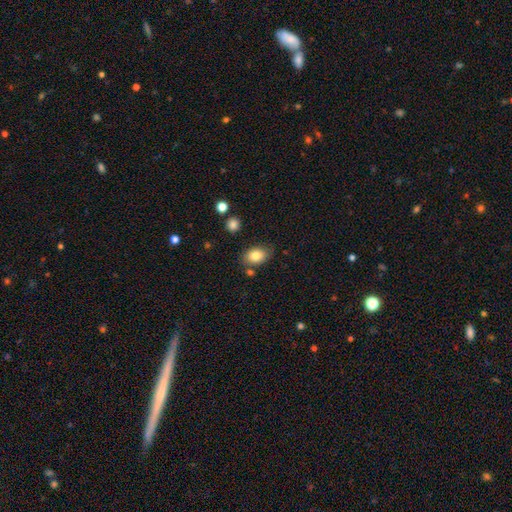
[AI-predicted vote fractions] Overall: smooth (82%). How rounded: in between (78%). Merging: none (76%).